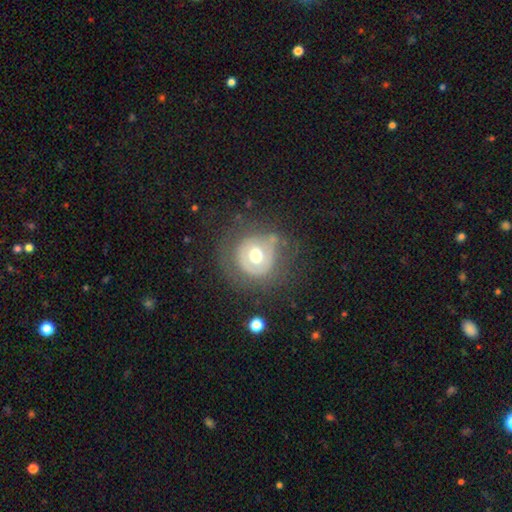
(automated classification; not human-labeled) Smooth or featured: featured or disk — 51% (smooth — 41%)
Edge-on disk: no — 96% (yes — 4%)
Merging: none — 64% (minor disturbance — 20%)